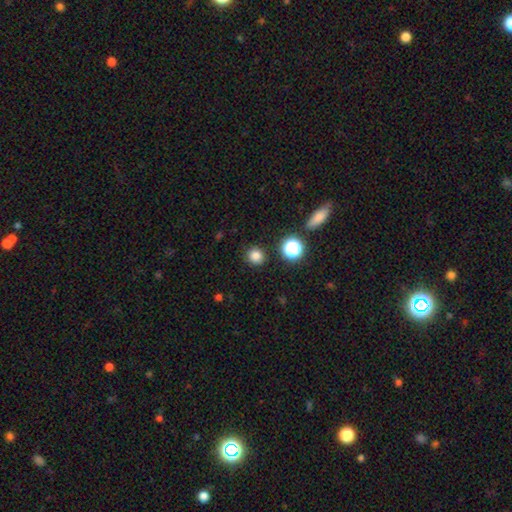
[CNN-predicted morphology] The model was most divided on "smooth or featured": smooth: 81%, star or artifact: 15%, featured or disk: 4%. More confident: how rounded — round (90%); merging — none (89%).